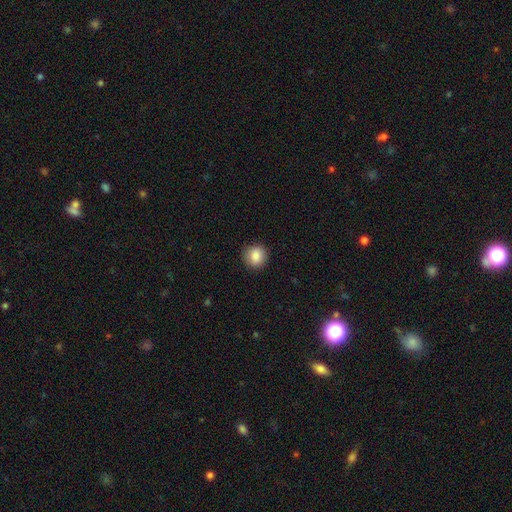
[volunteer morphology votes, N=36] smooth-or-featured: smooth: 89% | featured or disk: 8% | star or artifact: 3%
  how-rounded: round: 91% | in between: 9% | cigar-shaped: 0%
  merging: none: 89% | minor disturbance: 6% | major disturbance: 6% | merger: 0%